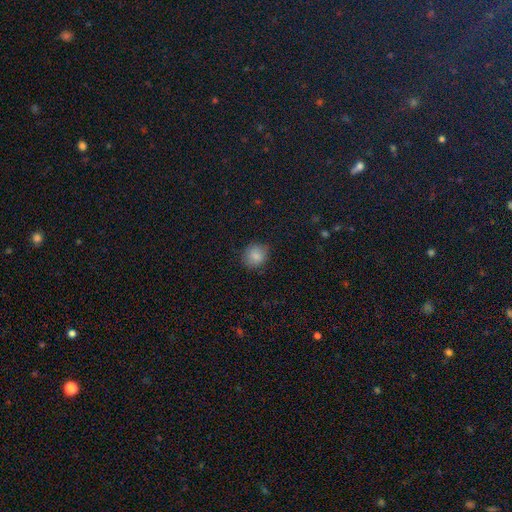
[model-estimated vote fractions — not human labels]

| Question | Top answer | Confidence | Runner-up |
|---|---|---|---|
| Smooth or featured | smooth | 85% | star or artifact (9%) |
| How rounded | round | 83% | in between (16%) |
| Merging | none | 82% | minor disturbance (14%) |